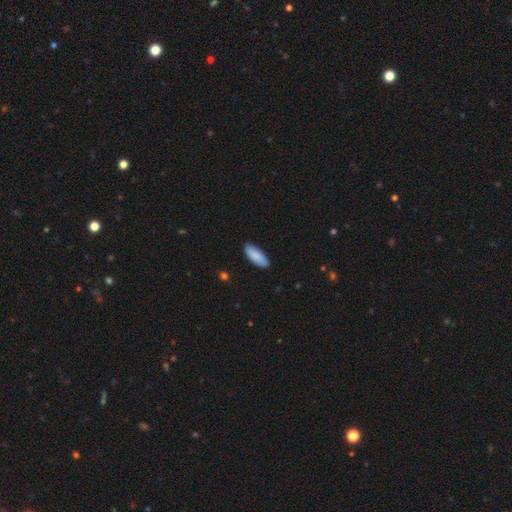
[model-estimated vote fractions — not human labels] A smooth galaxy with no disk features (89%) that is in between round and cigar-shaped (76%).

Vote fractions:
- Smooth or featured? smooth: 89% / featured or disk: 5% / star or artifact: 5%
- How rounded? in between: 76% / cigar-shaped: 23% / round: 1%
- Merging? none: 89% / minor disturbance: 9% / major disturbance: 2% / merger: 1%